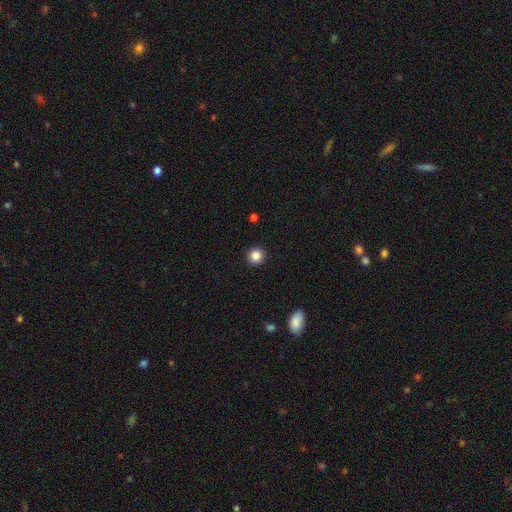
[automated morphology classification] This appears to be a smooth galaxy with no disk features (85%) that is round (95%). Merging: none (93%).